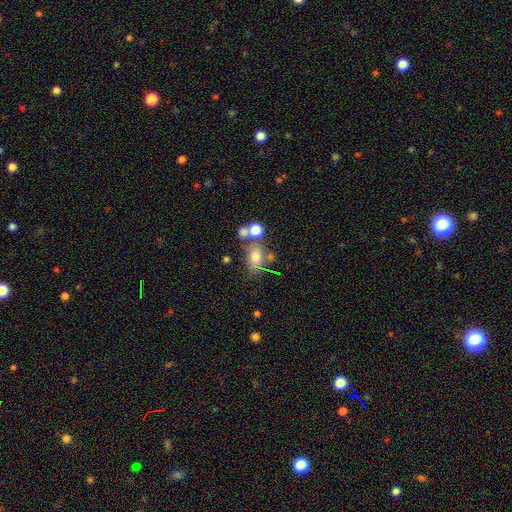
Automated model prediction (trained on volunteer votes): Smooth or featured: smooth — 69% (featured or disk — 17%)
How rounded: in between — 71% (round — 26%)
Merging: none — 48% (merger — 29%)